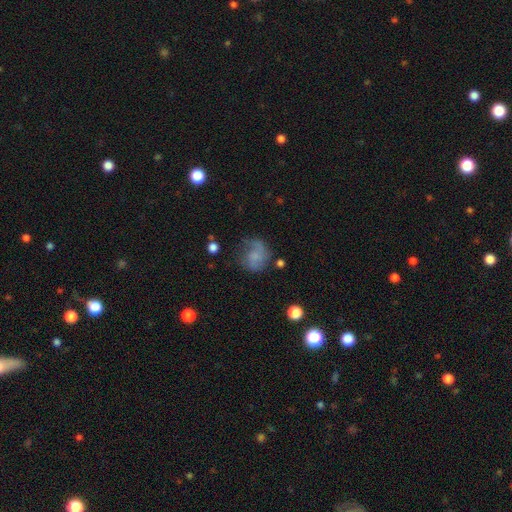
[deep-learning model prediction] A smooth galaxy with no disk features (57%) that is round (68%). Merging: none (43%).